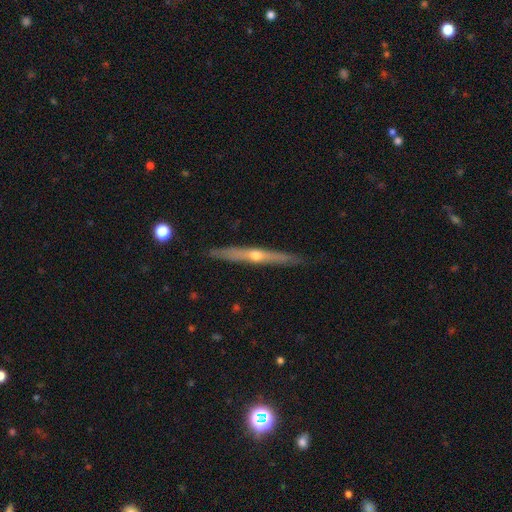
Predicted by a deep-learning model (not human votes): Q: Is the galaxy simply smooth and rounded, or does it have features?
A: featured or disk — 79%.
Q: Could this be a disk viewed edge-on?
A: yes — 97%.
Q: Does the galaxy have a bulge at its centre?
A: rounded — 88%.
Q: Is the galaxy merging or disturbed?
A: none — 90%.